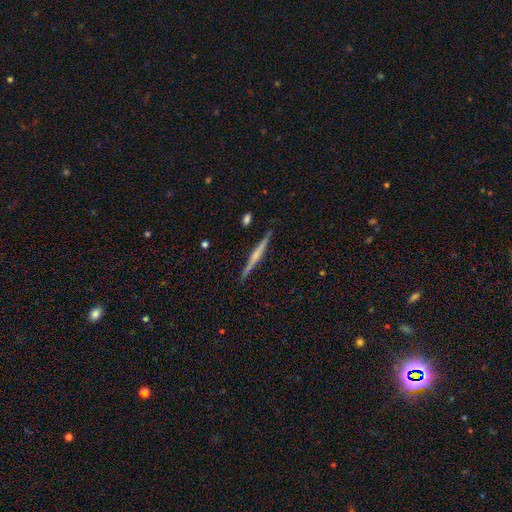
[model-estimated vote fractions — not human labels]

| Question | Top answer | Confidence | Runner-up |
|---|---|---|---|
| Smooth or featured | featured or disk | 70% | smooth (24%) |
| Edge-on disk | yes | 98% | no (2%) |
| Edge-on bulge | rounded | 60% | none (25%) |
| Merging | none | 89% | minor disturbance (8%) |